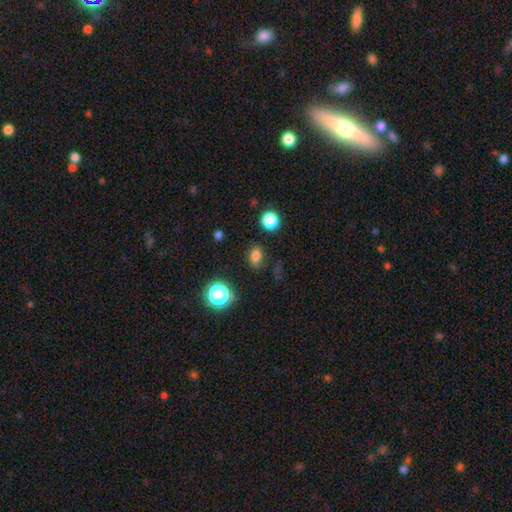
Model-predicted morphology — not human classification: The model was most divided on "how rounded": in between: 72%, round: 26%, cigar-shaped: 2%. More confident: merging — none (82%); smooth or featured — smooth (79%).